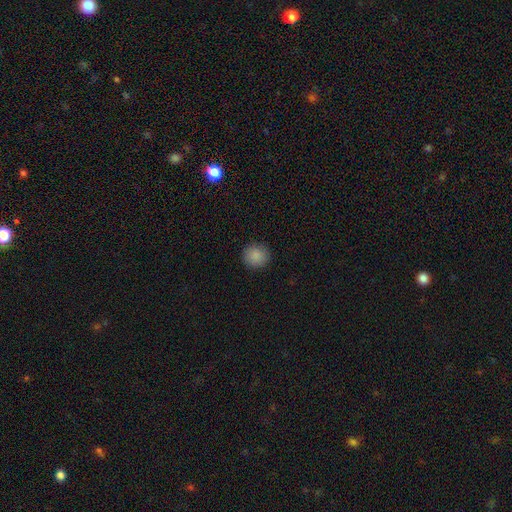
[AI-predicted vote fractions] A smooth galaxy with no disk features (87%) that is round (89%). Merging: none (90%).